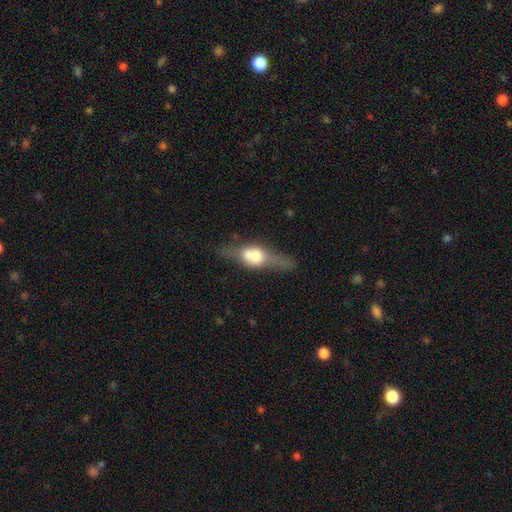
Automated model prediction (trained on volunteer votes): A featured or disk galaxy (57%) viewed edge-on (80%).

Vote fractions:
- Smooth or featured? featured or disk: 57% / smooth: 35% / star or artifact: 8%
- Edge-on disk? yes: 80% / no: 20%
- Merging? none: 56% / minor disturbance: 19% / merger: 13% / major disturbance: 12%